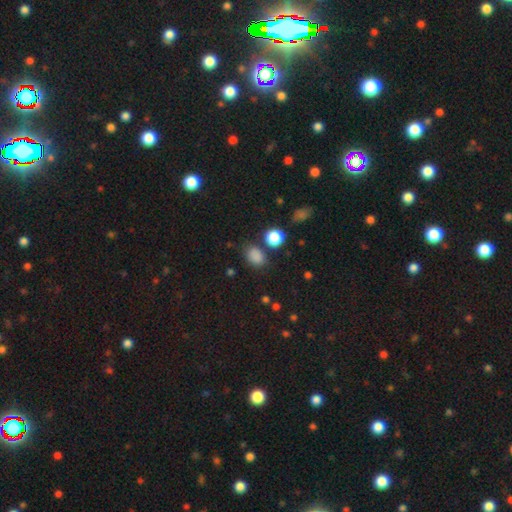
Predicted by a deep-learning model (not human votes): smooth 82%, star or artifact 14%, featured or disk 4%. Down the decision tree: how rounded — in between (65%); merging — none (75%).